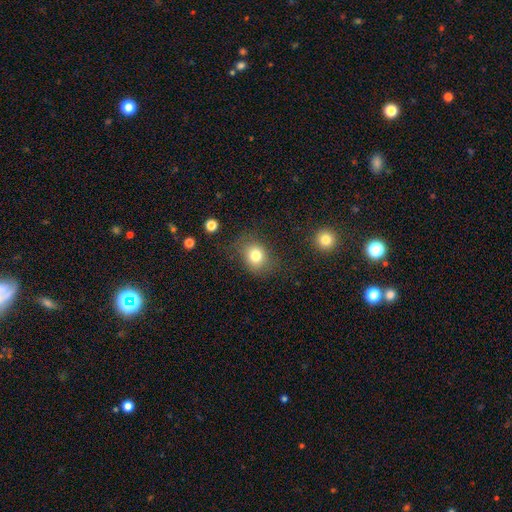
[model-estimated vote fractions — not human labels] Smooth or featured?
  - smooth: 79% *
  - star or artifact: 11%
  - featured or disk: 10%
How rounded?
  - round: 60% *
  - in between: 39%
  - cigar-shaped: 1%
Merging?
  - none: 73% *
  - minor disturbance: 18%
  - major disturbance: 7%
  - merger: 2%